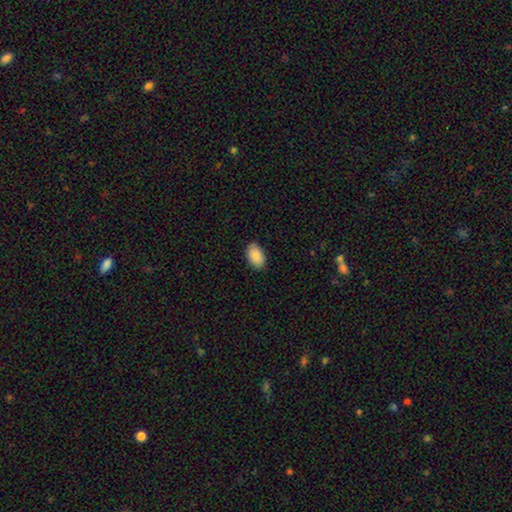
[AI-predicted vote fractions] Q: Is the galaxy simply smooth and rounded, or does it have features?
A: smooth — 89%.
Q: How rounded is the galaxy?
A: in between — 94%.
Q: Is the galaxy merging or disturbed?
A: none — 86%.